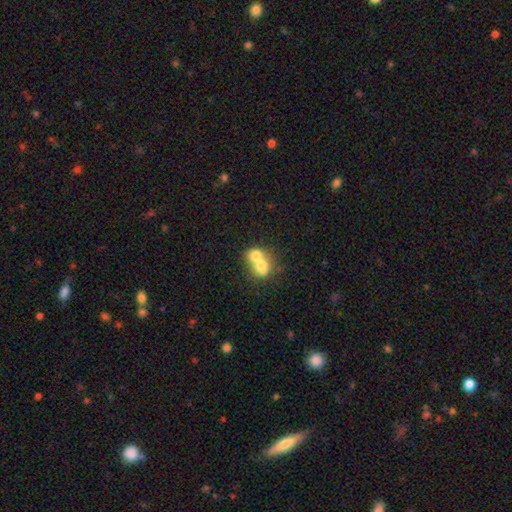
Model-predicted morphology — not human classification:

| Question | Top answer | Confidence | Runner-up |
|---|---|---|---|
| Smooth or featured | smooth | 67% | featured or disk (24%) |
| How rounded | round | 58% | in between (41%) |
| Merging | merger | 73% | none (19%) |